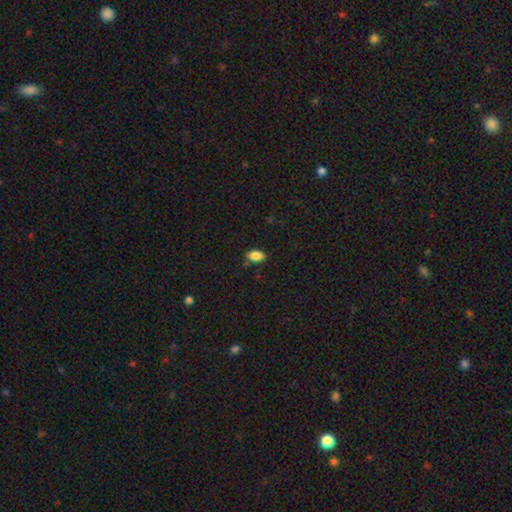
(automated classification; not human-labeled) Smooth or featured?
  - smooth: 86% *
  - star or artifact: 9%
  - featured or disk: 5%
How rounded?
  - in between: 90% *
  - round: 7%
  - cigar-shaped: 3%
Merging?
  - none: 82% *
  - minor disturbance: 13%
  - major disturbance: 2%
  - merger: 2%